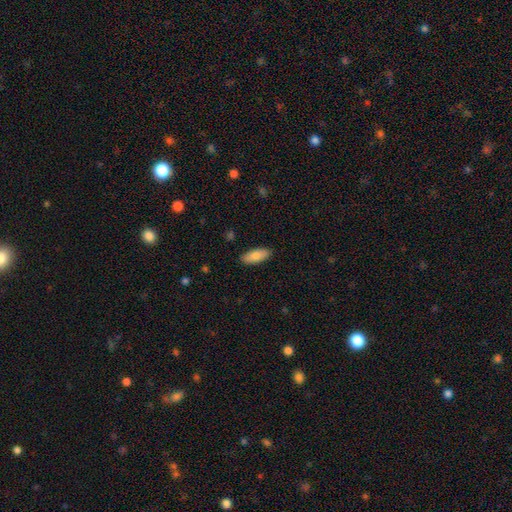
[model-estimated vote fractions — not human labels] smooth_or_featured: smooth (p=0.86) [alt: featured or disk p=0.09]
how_rounded: in between (p=0.80) [alt: cigar-shaped p=0.18]
merging: none (p=0.89) [alt: minor disturbance p=0.08]